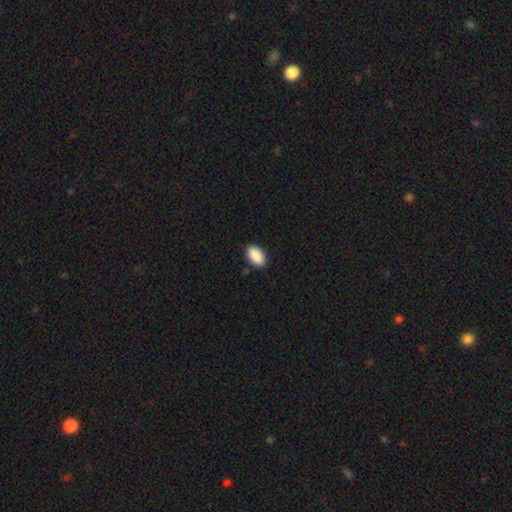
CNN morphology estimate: Q: Smooth or featured?
A: smooth (91%); runner-up: star or artifact (7%)
Q: How rounded?
A: in between (95%); runner-up: round (4%)
Q: Merging?
A: none (88%); runner-up: minor disturbance (9%)